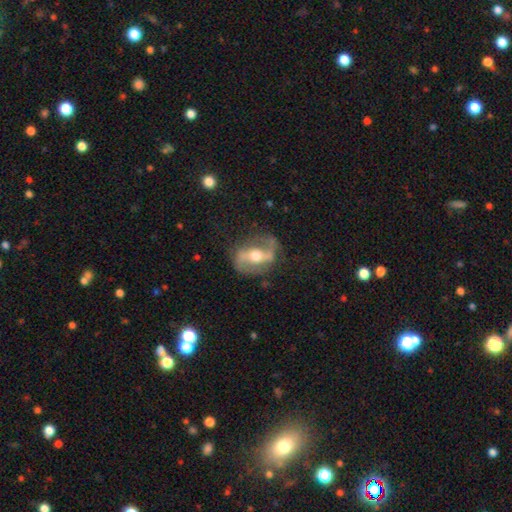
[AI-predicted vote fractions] Q: Smooth or featured?
A: featured or disk (83%); runner-up: smooth (11%)
Q: Edge-on disk?
A: no (93%); runner-up: yes (7%)
Q: Bar?
A: strong (53%); runner-up: weak (29%)
Q: Spiral arms?
A: yes (86%); runner-up: no (14%)
Q: Spiral winding?
A: loose (47%); runner-up: medium (38%)
Q: Spiral arm count?
A: 2 (89%); runner-up: can't tell (5%)
Q: Bulge size?
A: moderate (70%); runner-up: small (22%)
Q: Merging?
A: none (74%); runner-up: minor disturbance (15%)